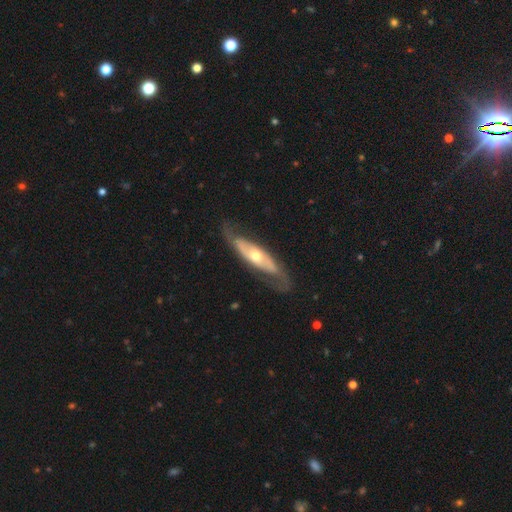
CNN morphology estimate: Smooth or featured? Predicted: featured or disk (p=0.75). Edge-on disk? Predicted: no (p=0.74). Bar? Predicted: no (p=0.70). Spiral arms? Predicted: yes (p=0.73). Bulge size? Predicted: moderate (p=0.64). Merging? Predicted: none (p=0.71).